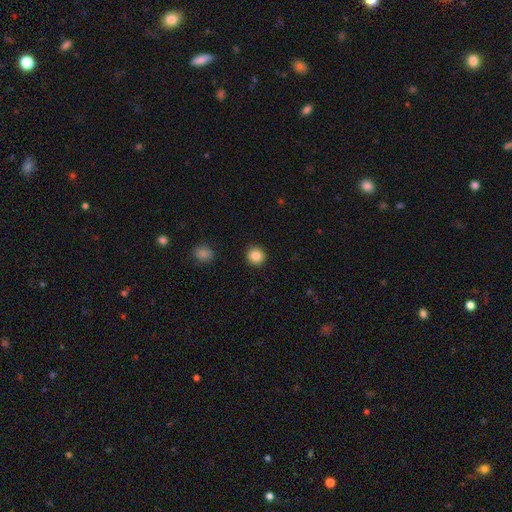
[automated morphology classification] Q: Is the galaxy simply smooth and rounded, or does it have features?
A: smooth — 86%.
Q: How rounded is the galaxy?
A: round — 91%.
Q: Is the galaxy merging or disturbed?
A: none — 92%.